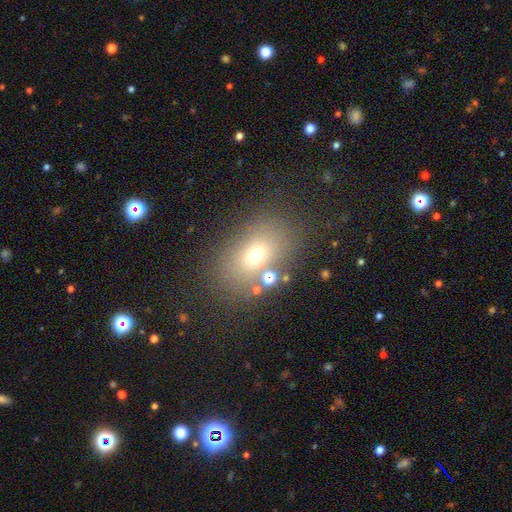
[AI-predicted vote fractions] This appears to be a smooth galaxy with no disk features (65%) that is in between round and cigar-shaped (70%). Merging: none (71%).